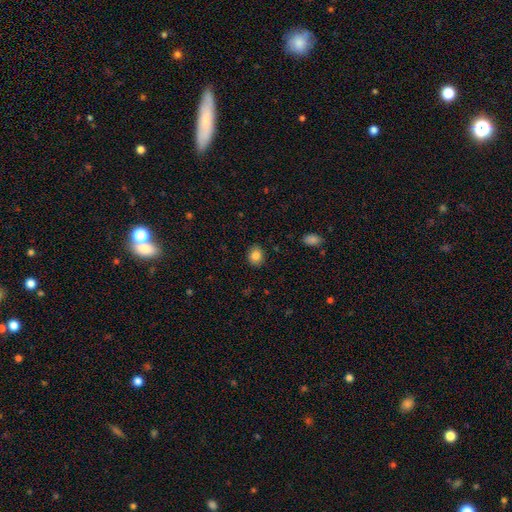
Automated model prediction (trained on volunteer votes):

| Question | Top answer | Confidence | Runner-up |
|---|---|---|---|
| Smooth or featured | smooth | 85% | star or artifact (9%) |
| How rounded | round | 62% | in between (37%) |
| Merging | none | 88% | minor disturbance (9%) |